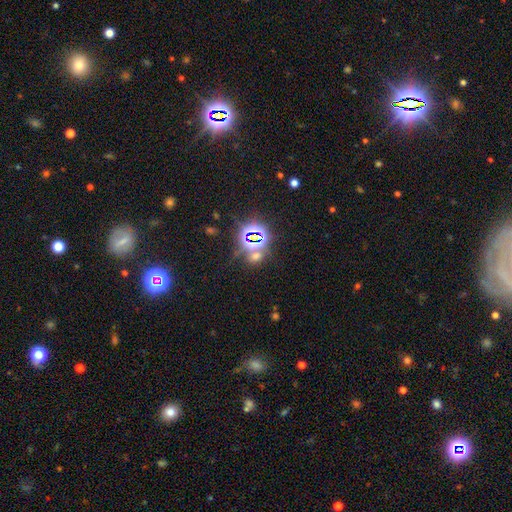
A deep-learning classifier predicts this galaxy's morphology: This appears to be a star or artifact, not a galaxy (63%).